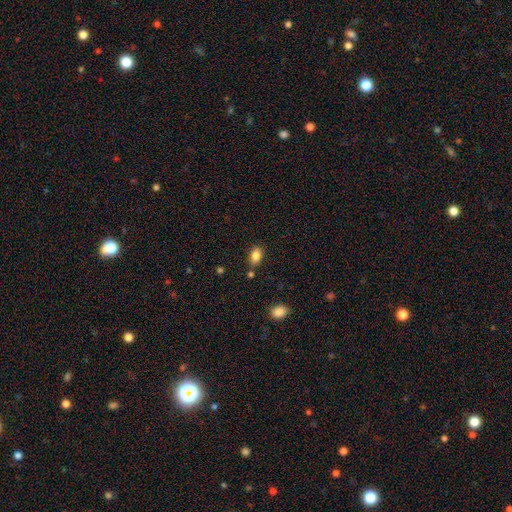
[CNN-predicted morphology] A smooth galaxy with no disk features (84%) that is in between round and cigar-shaped (86%). Merging: none (76%).